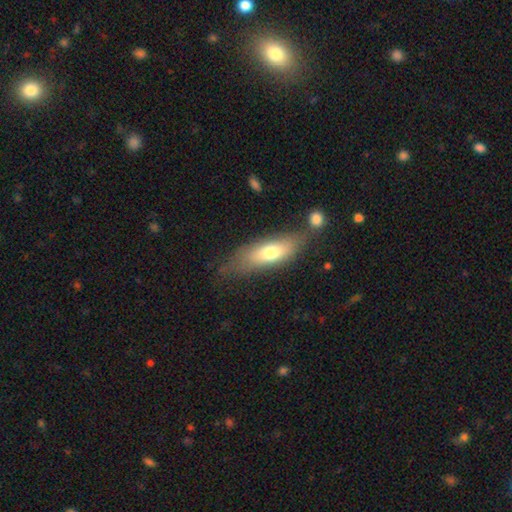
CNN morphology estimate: Q: Smooth or featured?
A: smooth (50%); runner-up: featured or disk (40%)
Q: Merging?
A: none (72%); runner-up: minor disturbance (18%)